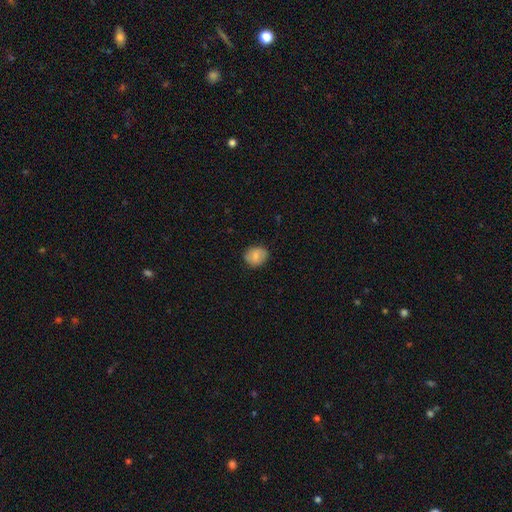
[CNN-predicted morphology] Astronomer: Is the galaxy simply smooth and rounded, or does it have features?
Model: smooth — 77%.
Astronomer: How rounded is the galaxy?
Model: round — 64%.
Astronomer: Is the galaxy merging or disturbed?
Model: none — 83%.